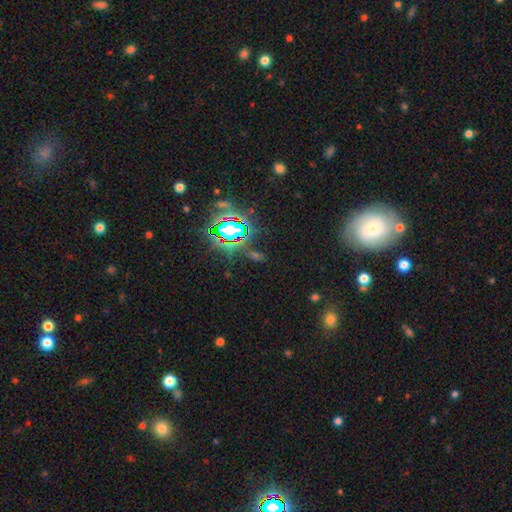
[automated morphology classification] Smooth or featured? star or artifact (69%)